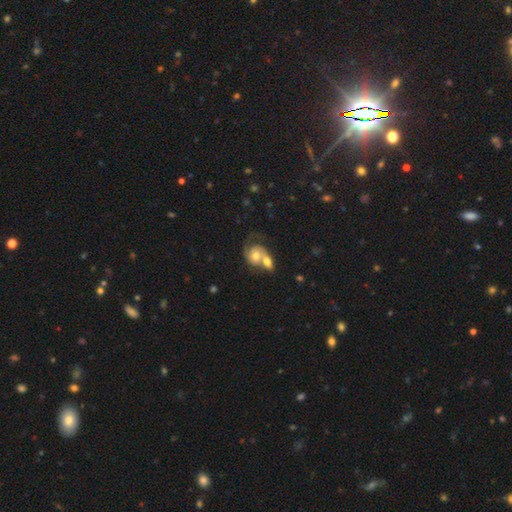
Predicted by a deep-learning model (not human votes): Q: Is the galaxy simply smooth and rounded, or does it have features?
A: featured or disk — 53%.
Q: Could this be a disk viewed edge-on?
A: no — 97%.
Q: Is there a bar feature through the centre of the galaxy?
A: no — 77%.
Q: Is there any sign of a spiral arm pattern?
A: yes — 76%.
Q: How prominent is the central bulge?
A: moderate — 55%.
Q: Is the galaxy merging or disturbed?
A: merger — 70%.